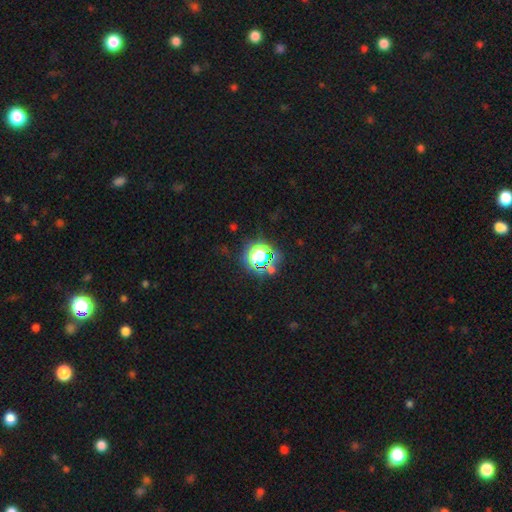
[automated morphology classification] Smooth or featured: star or artifact — 52% (smooth — 35%)